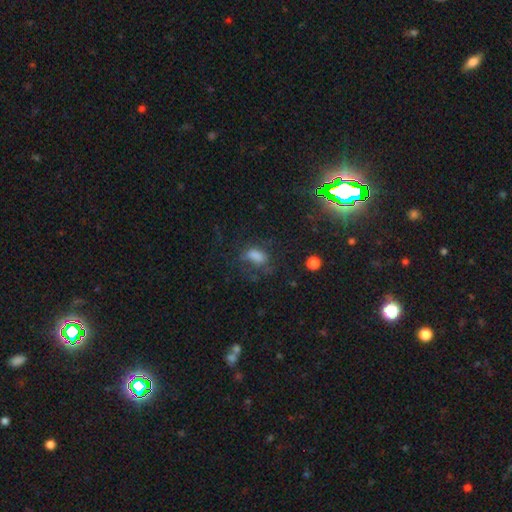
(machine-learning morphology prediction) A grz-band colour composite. It shows a smooth galaxy with no disk features (56%) that is in between round and cigar-shaped (80%). Merging: none (52%).